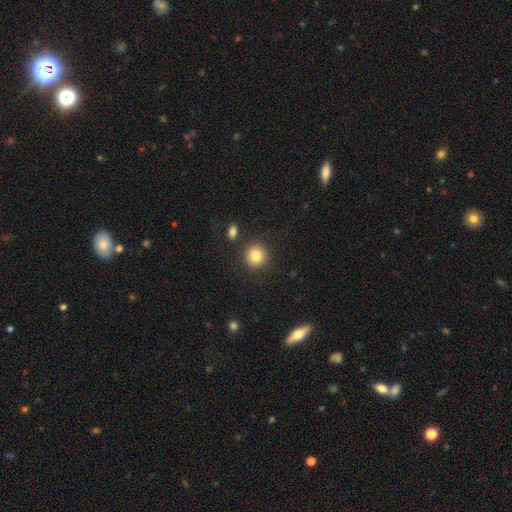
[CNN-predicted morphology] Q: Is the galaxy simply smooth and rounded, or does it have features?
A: smooth — 84%.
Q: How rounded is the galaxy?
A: round — 91%.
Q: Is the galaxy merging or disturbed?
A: none — 87%.